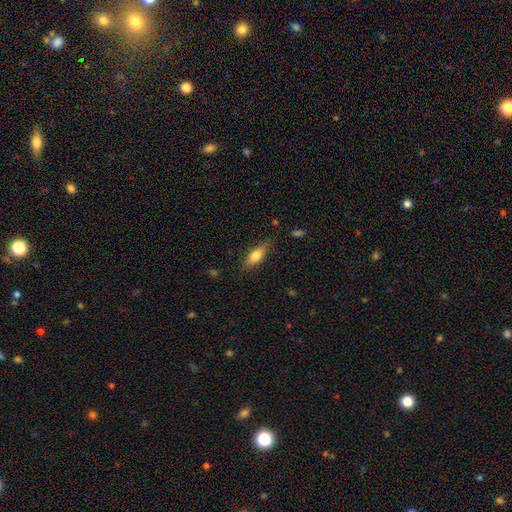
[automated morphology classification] The model was most divided on "how rounded": in between: 62%, cigar-shaped: 35%, round: 3%. More confident: merging — none (80%); smooth or featured — smooth (67%).